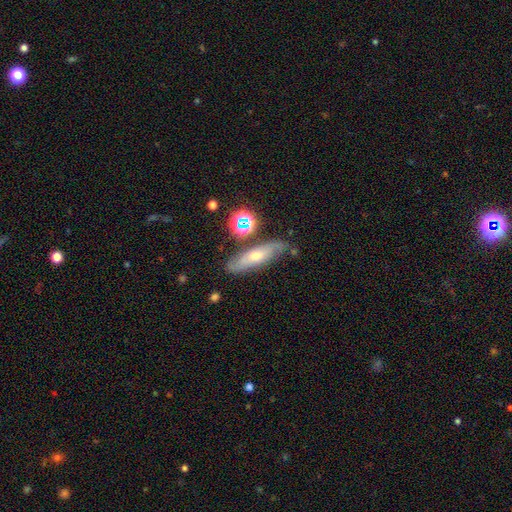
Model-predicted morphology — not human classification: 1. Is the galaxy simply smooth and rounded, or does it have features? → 50% featured or disk, 38% smooth, 12% star or artifact.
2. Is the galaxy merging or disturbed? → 73% none, 17% minor disturbance, 6% merger, 5% major disturbance.